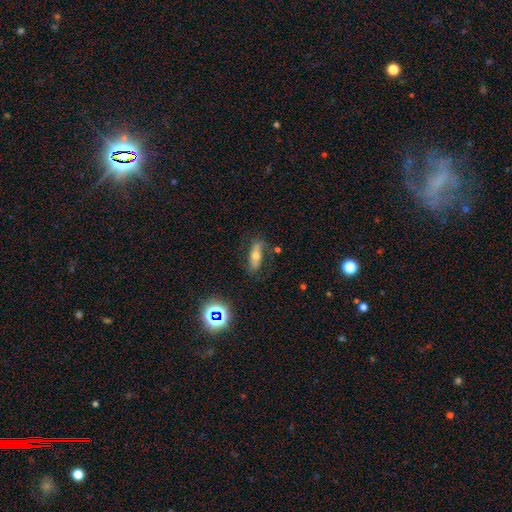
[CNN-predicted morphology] This is marginally a smooth galaxy (44%). Merging: likely none (75%).